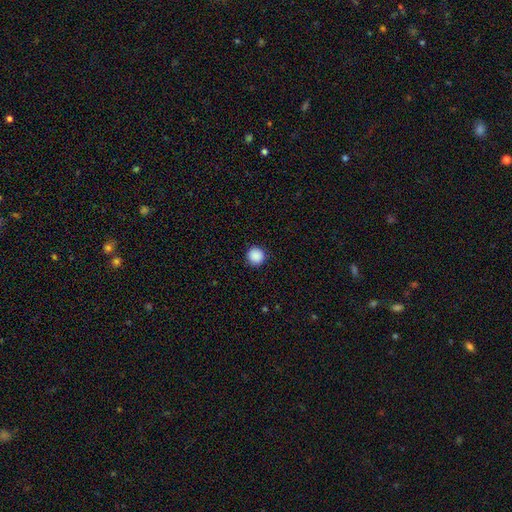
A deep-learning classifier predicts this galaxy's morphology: Overall: smooth (89%). How rounded: round (96%). Merging: none (92%).